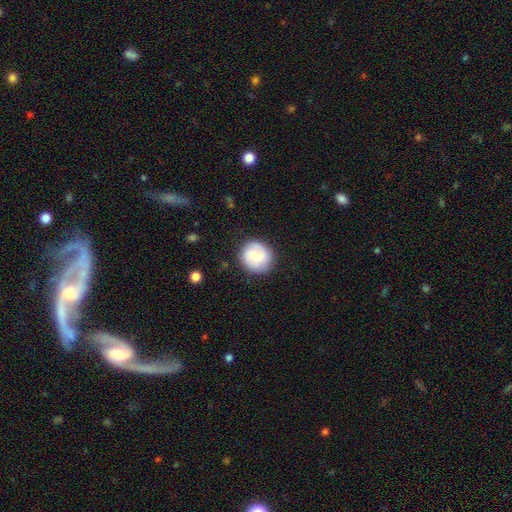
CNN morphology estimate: A smooth galaxy with no disk features (57%) that is round (86%).

Vote fractions:
- Smooth or featured? smooth: 57% / featured or disk: 36% / star or artifact: 7%
- How rounded? round: 86% / in between: 13% / cigar-shaped: 1%
- Merging? none: 84% / minor disturbance: 11% / major disturbance: 4% / merger: 1%